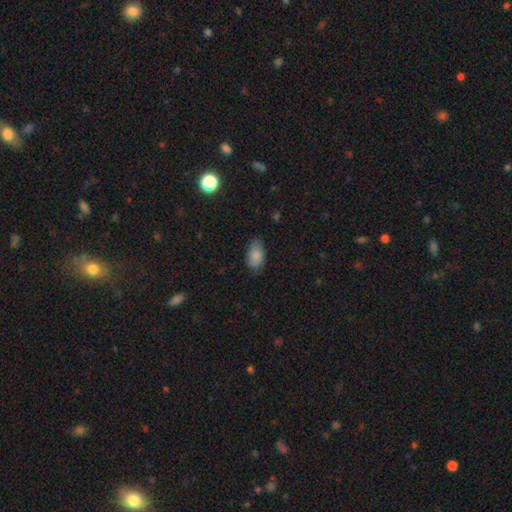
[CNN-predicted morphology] The model was most divided on "merging": none: 69%, minor disturbance: 25%, major disturbance: 5%, merger: 1%. More confident: how rounded — in between (91%); smooth or featured — smooth (85%).